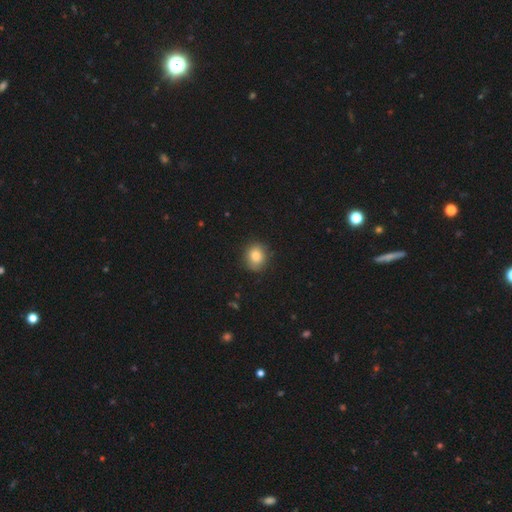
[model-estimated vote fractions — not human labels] A smooth galaxy with no disk features (83%) that is round (74%). Merging: none (84%).